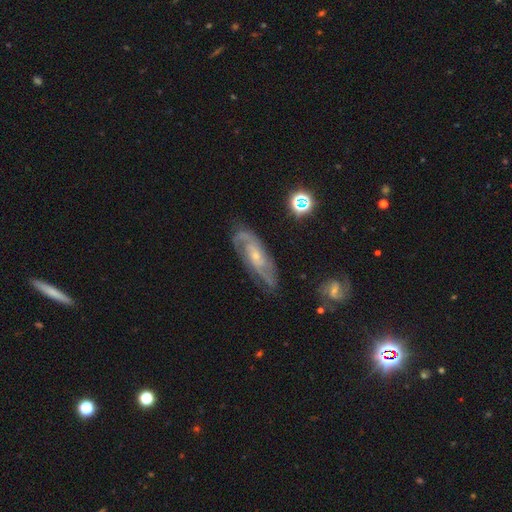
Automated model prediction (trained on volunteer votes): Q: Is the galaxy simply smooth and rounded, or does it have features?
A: featured or disk — 83%.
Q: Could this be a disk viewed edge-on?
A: no — 91%.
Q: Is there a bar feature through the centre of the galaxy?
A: no — 60%.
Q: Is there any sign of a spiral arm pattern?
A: yes — 95%.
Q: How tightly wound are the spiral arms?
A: medium — 45%.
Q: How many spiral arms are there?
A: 2 — 55%.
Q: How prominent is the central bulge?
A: small — 70%.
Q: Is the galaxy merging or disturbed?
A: none — 71%.